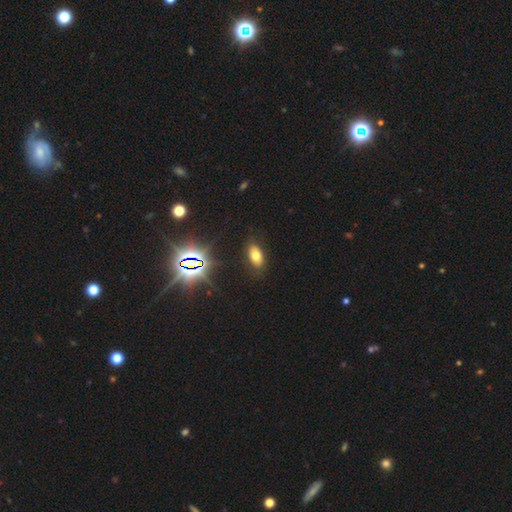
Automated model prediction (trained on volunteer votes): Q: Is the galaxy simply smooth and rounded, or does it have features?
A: smooth — 67%.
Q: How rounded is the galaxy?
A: in between — 90%.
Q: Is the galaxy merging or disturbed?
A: none — 86%.